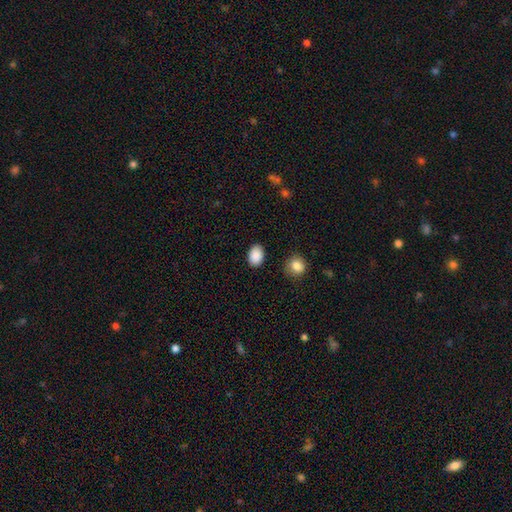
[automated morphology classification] Overall: smooth (89%). How rounded: in between (76%). Merging: none (87%).